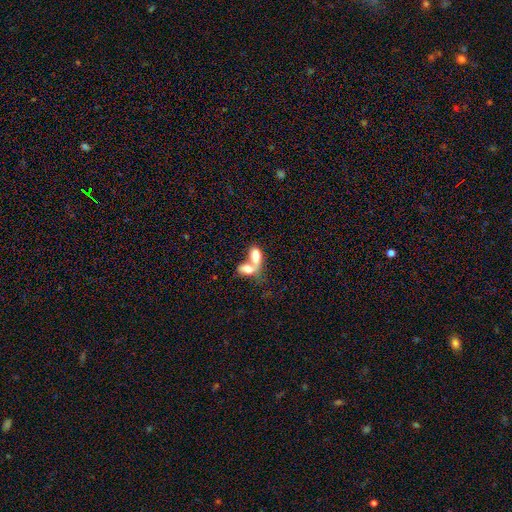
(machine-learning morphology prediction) type=smooth (75%); roundness=in between (86%); merging=merger (77%).